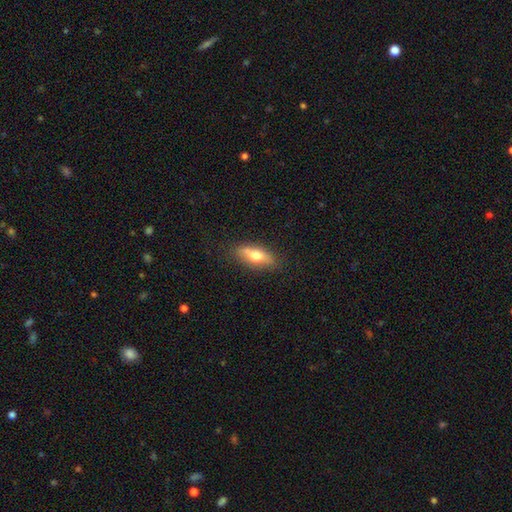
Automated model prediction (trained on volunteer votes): smooth_or_featured: smooth (p=0.59) [alt: featured or disk p=0.34]
how_rounded: in between (p=0.65) [alt: cigar-shaped p=0.31]
merging: none (p=0.78) [alt: minor disturbance p=0.16]